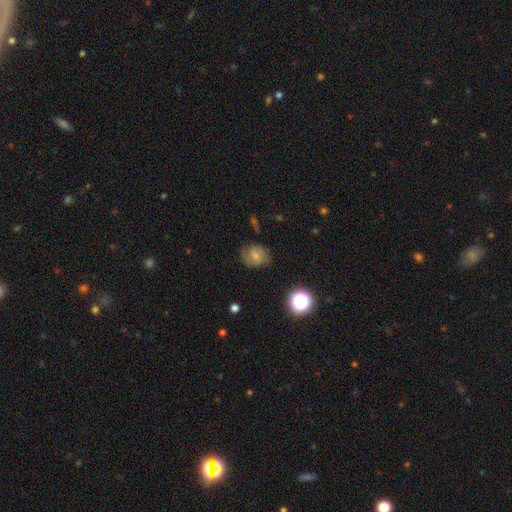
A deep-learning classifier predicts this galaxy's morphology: This is possibly a smooth galaxy (47%). Merging: likely none (65%).